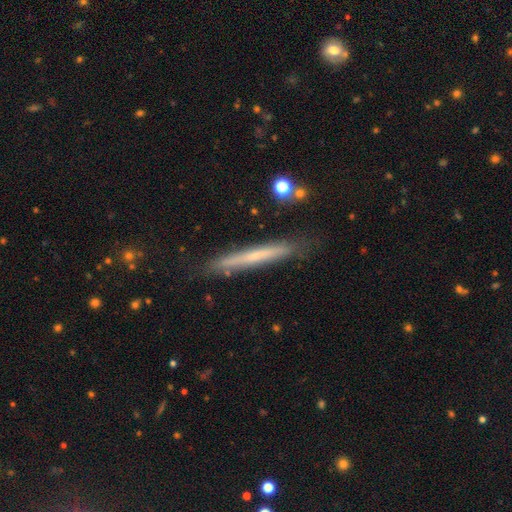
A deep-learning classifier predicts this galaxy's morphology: Smooth or featured? Predicted: smooth (p=0.47). Merging? Predicted: none (p=0.83).